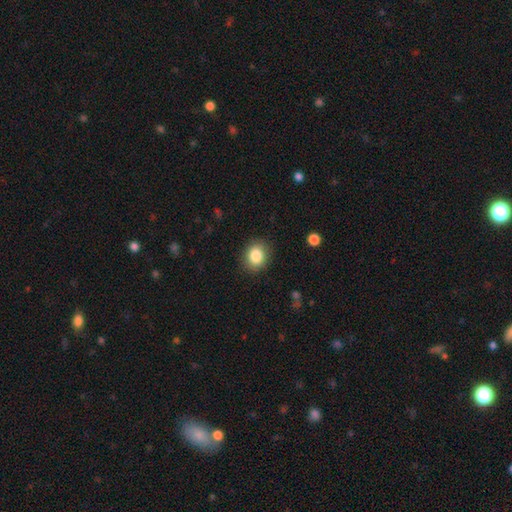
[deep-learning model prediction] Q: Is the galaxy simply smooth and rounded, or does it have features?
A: smooth — 85%.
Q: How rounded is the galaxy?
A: round — 58%.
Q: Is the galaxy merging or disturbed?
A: none — 87%.